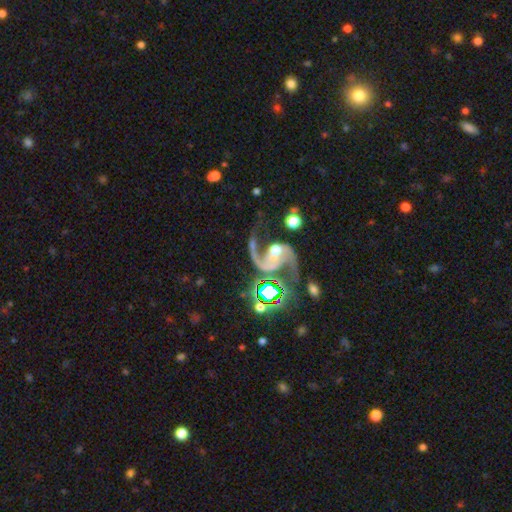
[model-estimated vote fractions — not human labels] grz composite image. It shows a featured or disk galaxy (87%) with no bar (49%), 2 (89%) loose (58%) spiral arms (97%) and a small central bulge (46%). Merging: none (46%).